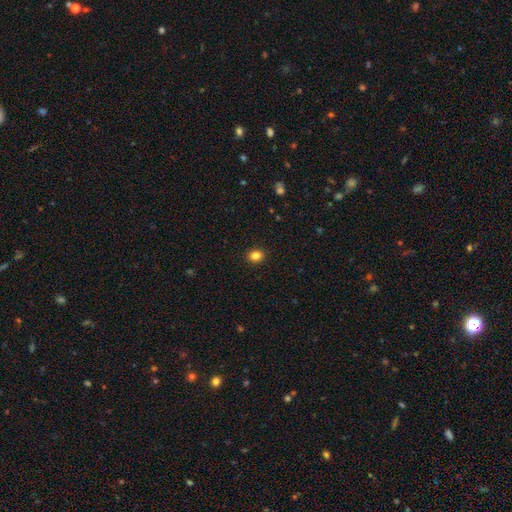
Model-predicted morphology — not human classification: Smooth or featured? Predicted: smooth (p=0.84). How rounded? Predicted: round (p=0.57). Merging? Predicted: none (p=0.91).